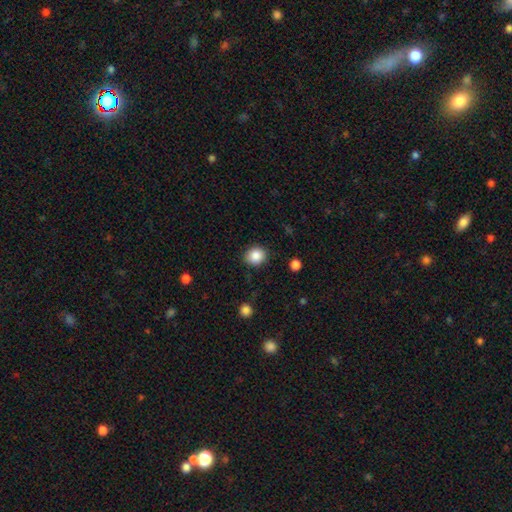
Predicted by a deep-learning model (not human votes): smooth_or_featured: smooth (p=0.86) [alt: star or artifact p=0.09]
how_rounded: round (p=0.75) [alt: in between p=0.24]
merging: none (p=0.87) [alt: minor disturbance p=0.09]